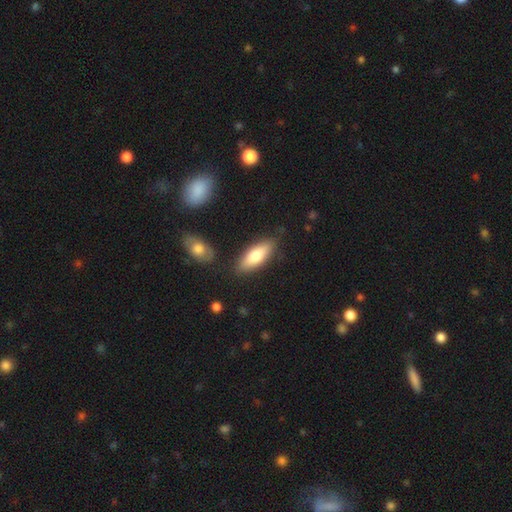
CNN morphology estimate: Smooth or featured? Predicted: smooth (p=0.71). How rounded? Predicted: in between (p=0.65). Merging? Predicted: none (p=0.83).